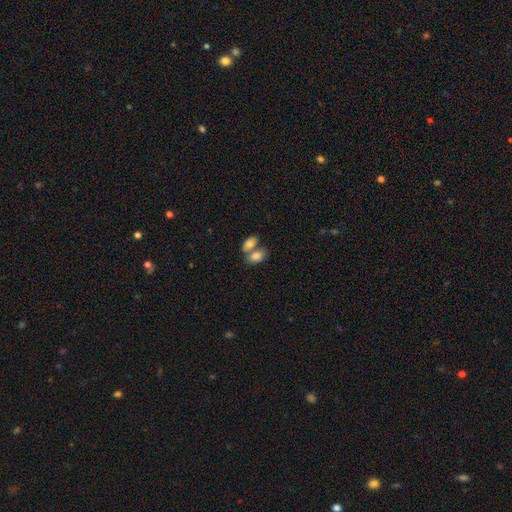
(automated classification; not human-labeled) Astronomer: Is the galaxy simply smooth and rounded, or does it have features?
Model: smooth — 83%.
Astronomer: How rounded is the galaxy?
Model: in between — 91%.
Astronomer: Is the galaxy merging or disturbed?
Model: merger — 58%.